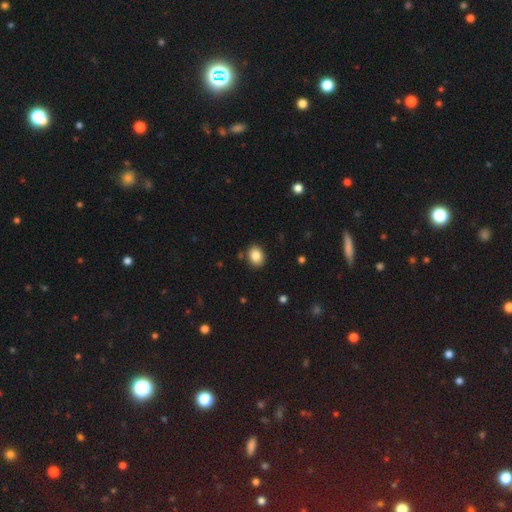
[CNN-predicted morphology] Smooth or featured? Predicted: smooth (p=0.86). How rounded? Predicted: in between (p=0.60). Merging? Predicted: none (p=0.86).